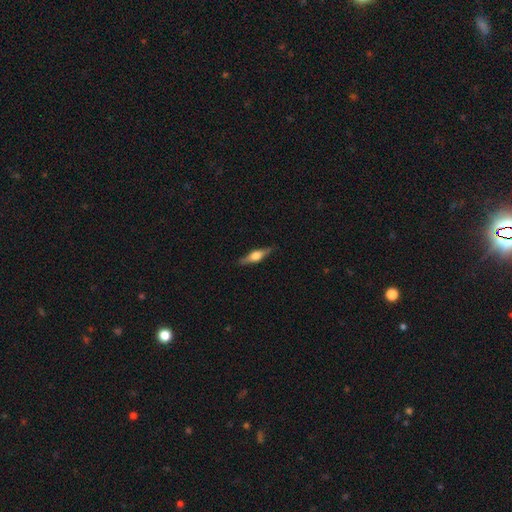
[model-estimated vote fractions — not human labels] Smooth or featured: featured or disk — 61% (smooth — 33%)
Edge-on disk: yes — 95% (no — 5%)
Edge-on bulge: rounded — 91% (boxy — 7%)
Merging: none — 86% (minor disturbance — 11%)